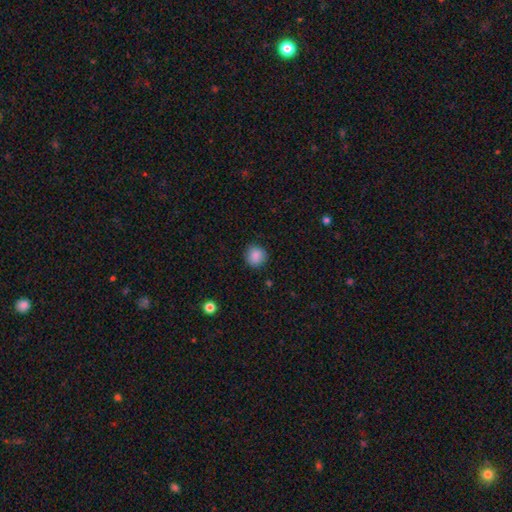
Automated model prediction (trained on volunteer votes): smooth 88%, star or artifact 9%, featured or disk 3%. Down the decision tree: how rounded — round (92%); merging — none (88%).